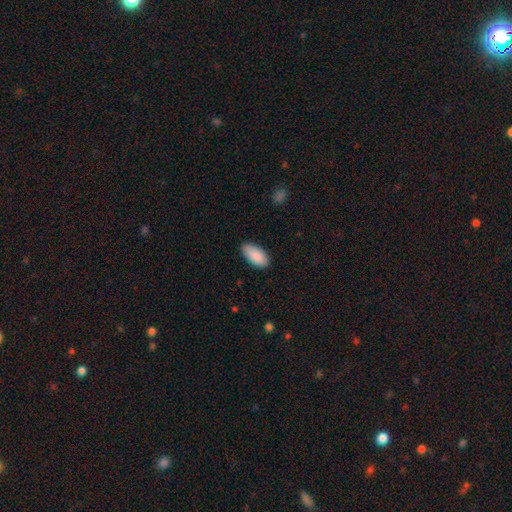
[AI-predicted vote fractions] A smooth galaxy with no disk features (90%) that is in between round and cigar-shaped (94%).

Vote fractions:
- Smooth or featured? smooth: 90% / star or artifact: 6% / featured or disk: 4%
- How rounded? in between: 94% / cigar-shaped: 4% / round: 2%
- Merging? none: 83% / minor disturbance: 14% / major disturbance: 2% / merger: 1%